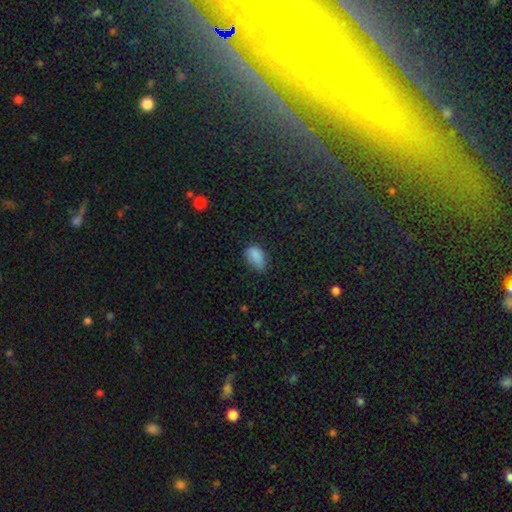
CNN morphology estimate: This appears to be a smooth galaxy with no disk features (85%) that is in between round and cigar-shaped (88%). Merging: none (54%).